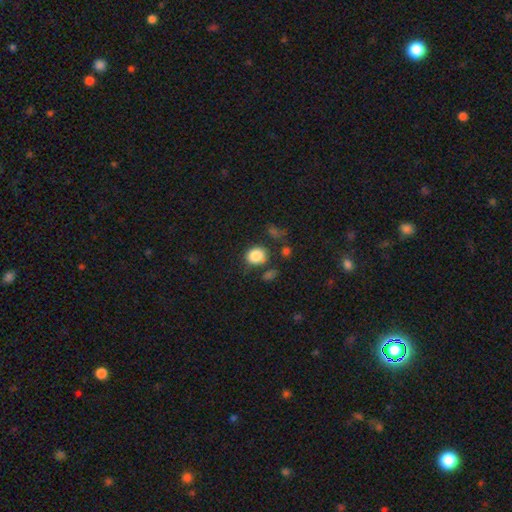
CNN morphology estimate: Overall: smooth (85%). How rounded: round (64%; in between 35%). Merging: none (69%).